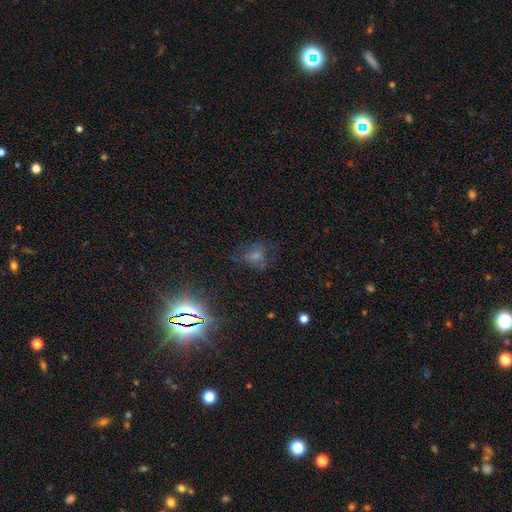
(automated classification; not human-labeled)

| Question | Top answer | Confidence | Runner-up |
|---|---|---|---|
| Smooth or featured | smooth | 50% | star or artifact (28%) |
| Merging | none | 50% | major disturbance (24%) |